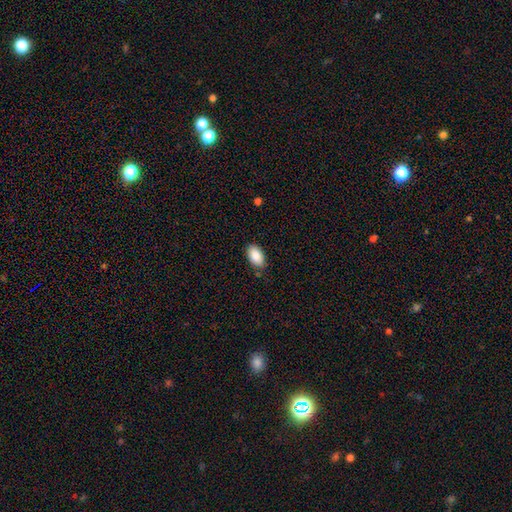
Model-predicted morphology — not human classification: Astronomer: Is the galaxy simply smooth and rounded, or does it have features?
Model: smooth — 87%.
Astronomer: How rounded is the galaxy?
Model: in between — 94%.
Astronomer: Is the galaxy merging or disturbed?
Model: none — 82%.